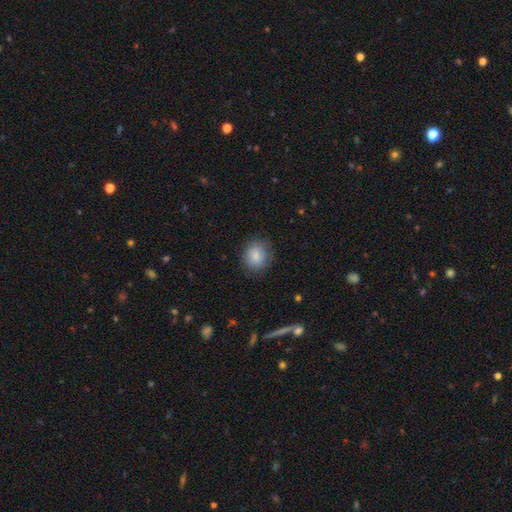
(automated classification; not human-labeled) This appears to be a smooth galaxy with no disk features (85%) that is round (76%). Merging: none (81%).